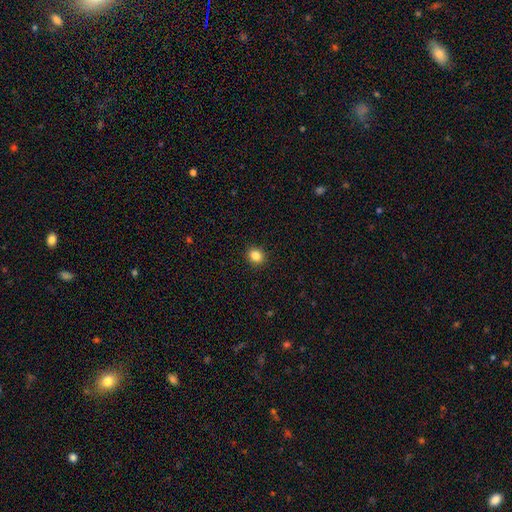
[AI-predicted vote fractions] smooth-or-featured: smooth: 85% | star or artifact: 11% | featured or disk: 4%
  how-rounded: round: 75% | in between: 25% | cigar-shaped: 1%
  merging: none: 92% | minor disturbance: 6% | major disturbance: 2% | merger: 1%